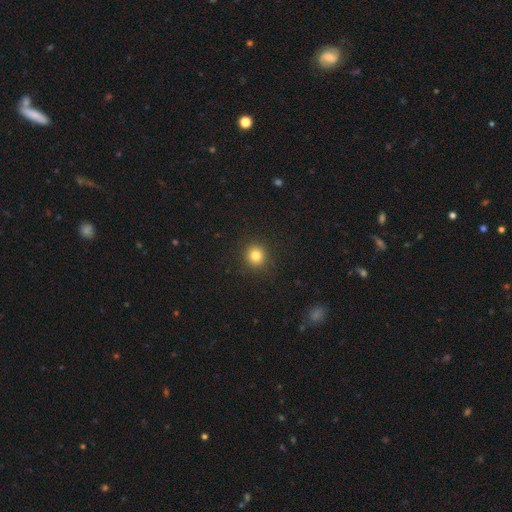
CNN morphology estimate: Smooth or featured? smooth (82%)
How rounded? round (90%)
Merging? none (91%)